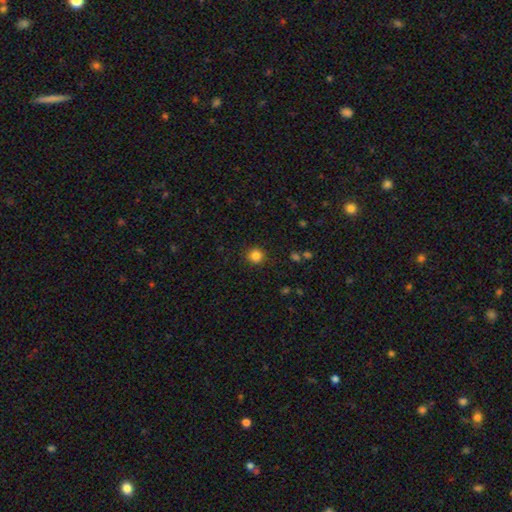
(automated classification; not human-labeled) Smooth or featured? Predicted: smooth (p=0.84). How rounded? Predicted: round (p=0.93). Merging? Predicted: none (p=0.90).